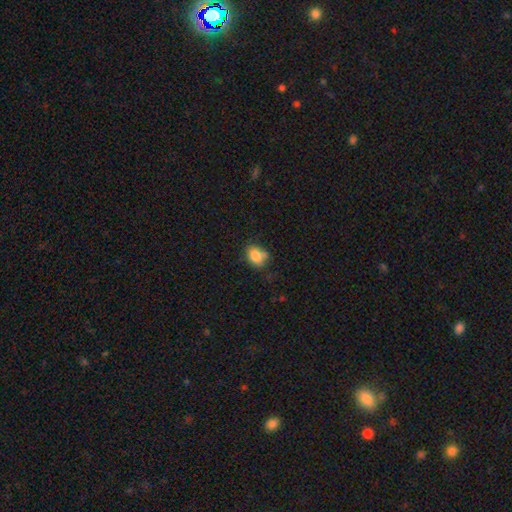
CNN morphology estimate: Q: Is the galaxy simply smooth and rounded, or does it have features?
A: smooth — 83%.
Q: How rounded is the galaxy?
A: in between — 61%.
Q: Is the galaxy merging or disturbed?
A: none — 61%.